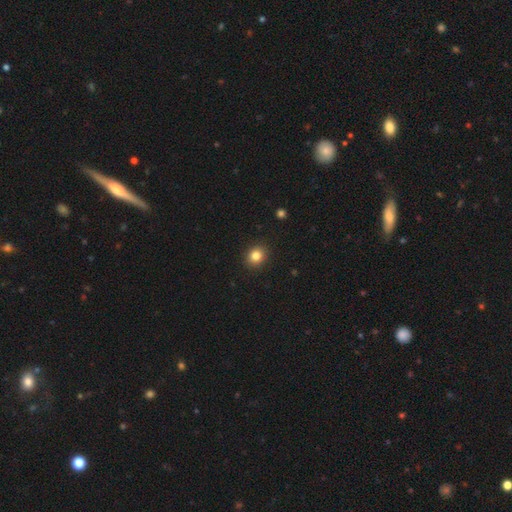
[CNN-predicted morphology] This appears to be a smooth galaxy with no disk features (84%) that is round (75%). Merging: none (91%).